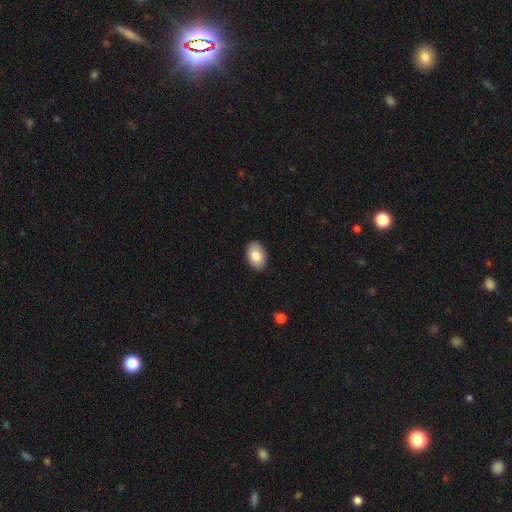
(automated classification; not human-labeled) Smooth or featured? Predicted: smooth (p=0.83). How rounded? Predicted: in between (p=0.91). Merging? Predicted: none (p=0.88).